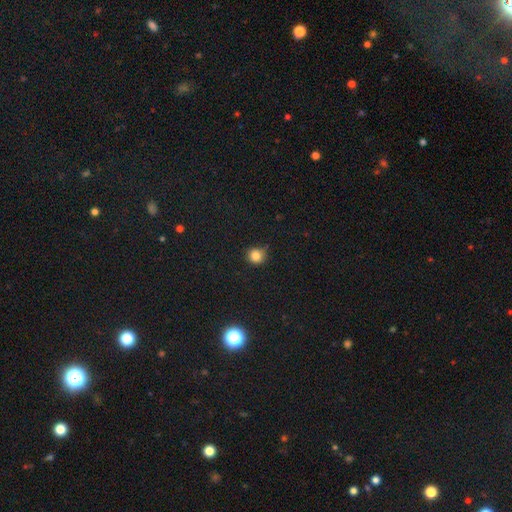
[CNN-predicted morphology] Overall: smooth (84%). How rounded: round (90%). Merging: none (78%).